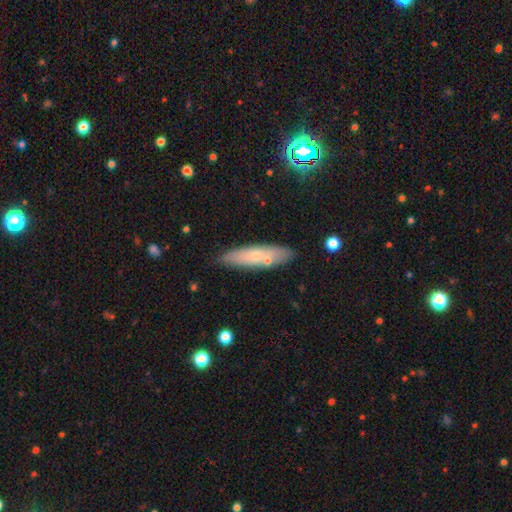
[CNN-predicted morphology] smooth 60%, featured or disk 32%, star or artifact 8%. Down the decision tree: how rounded — cigar-shaped (71%); merging — none (78%).